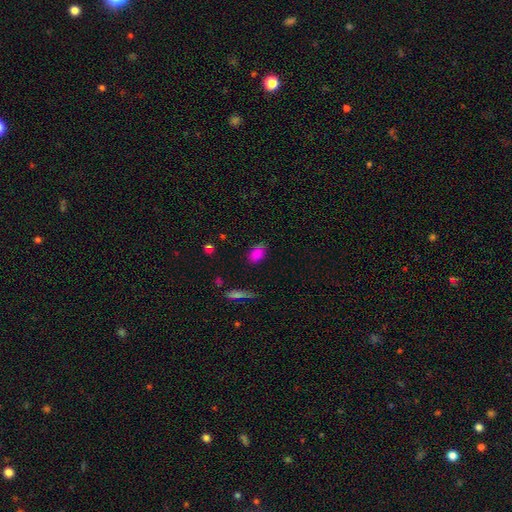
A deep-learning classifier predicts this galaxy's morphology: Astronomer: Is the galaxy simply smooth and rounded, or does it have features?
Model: smooth — 80%.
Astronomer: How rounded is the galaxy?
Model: in between — 84%.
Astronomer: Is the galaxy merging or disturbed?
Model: none — 75%.